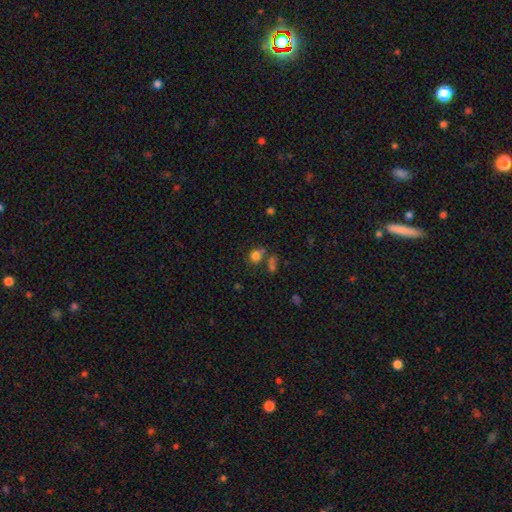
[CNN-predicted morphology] Q: Smooth or featured?
A: smooth (77%); runner-up: star or artifact (15%)
Q: How rounded?
A: round (58%); runner-up: in between (41%)
Q: Merging?
A: none (54%); runner-up: merger (24%)